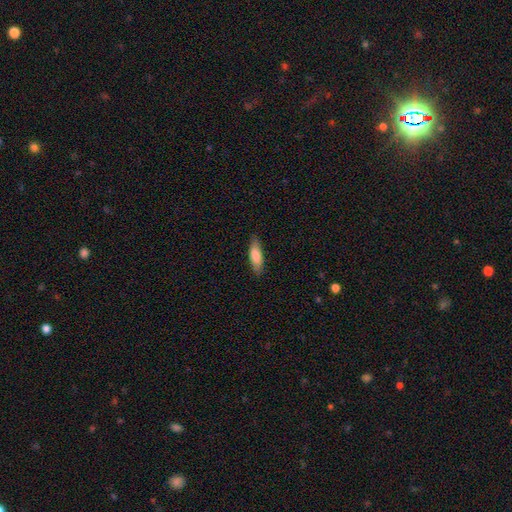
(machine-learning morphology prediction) The model was most divided on "how rounded": in between: 50%, cigar-shaped: 48%, round: 2%. More confident: merging — none (84%); smooth or featured — smooth (79%).